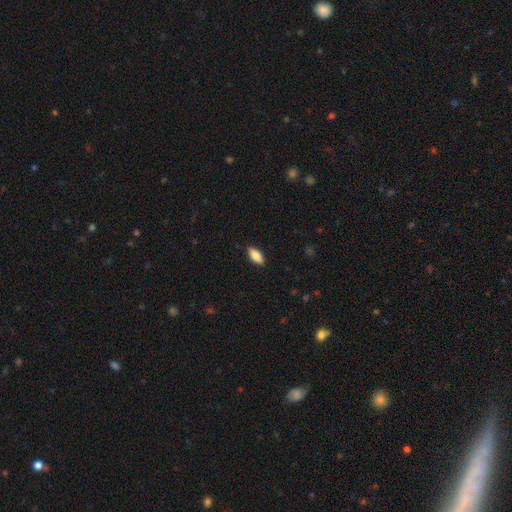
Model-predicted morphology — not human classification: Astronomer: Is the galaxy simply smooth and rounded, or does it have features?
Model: smooth — 81%.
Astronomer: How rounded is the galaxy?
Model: in between — 81%.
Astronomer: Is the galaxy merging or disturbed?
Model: none — 88%.